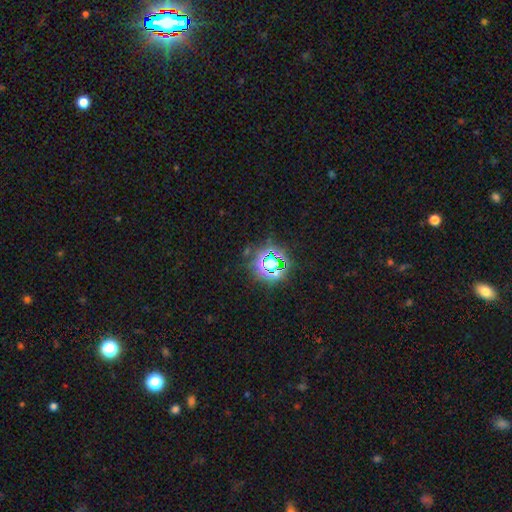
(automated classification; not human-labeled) Smooth or featured: star or artifact — 78% (smooth — 15%)